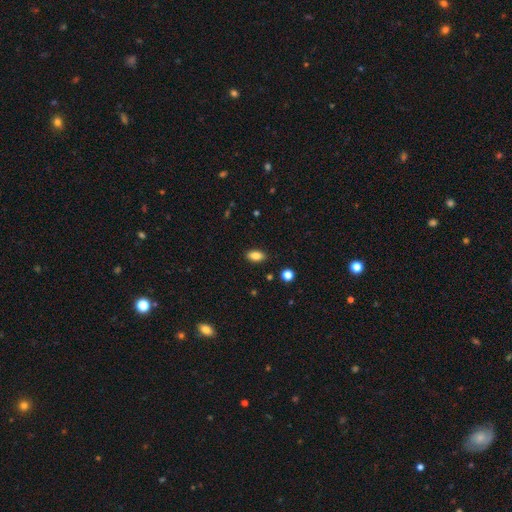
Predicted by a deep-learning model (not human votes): smooth 85%, star or artifact 9%, featured or disk 7%. Down the decision tree: how rounded — in between (90%); merging — none (88%).